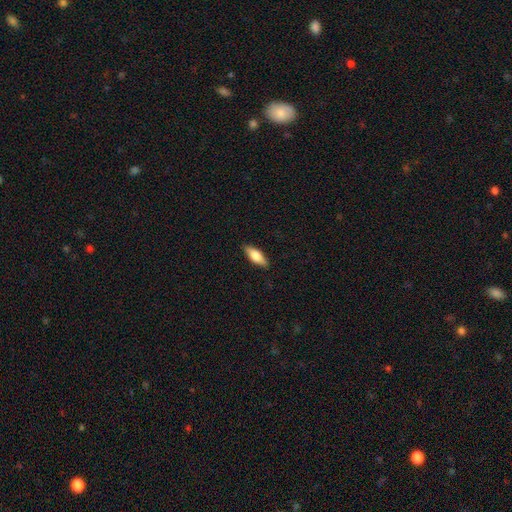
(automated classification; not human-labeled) Smooth or featured? smooth (72%)
How rounded? in between (68%)
Merging? none (88%)